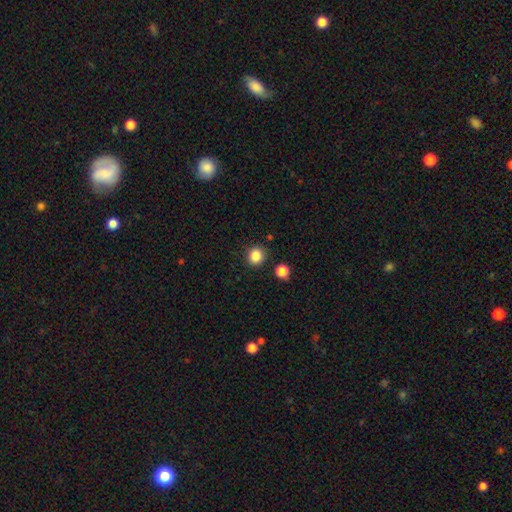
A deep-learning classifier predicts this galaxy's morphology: Smooth or featured? smooth (85%)
How rounded? round (88%)
Merging? none (88%)